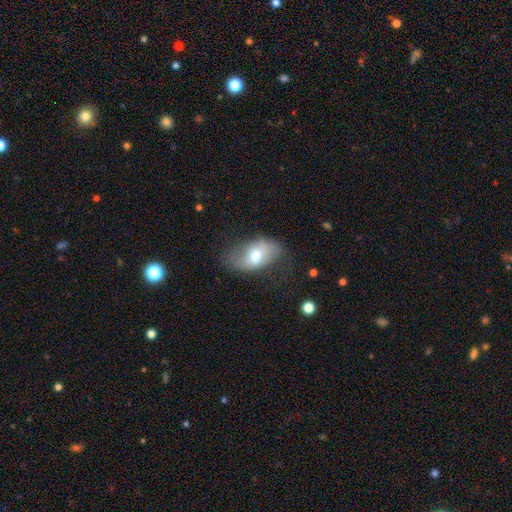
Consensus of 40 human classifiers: smooth-or-featured: smooth: 68% | featured or disk: 32% | star or artifact: 0%
  how-rounded: in between: 93% | round: 7% | cigar-shaped: 0%
  merging: none: 55% | minor disturbance: 35% | major disturbance: 10% | merger: 0%